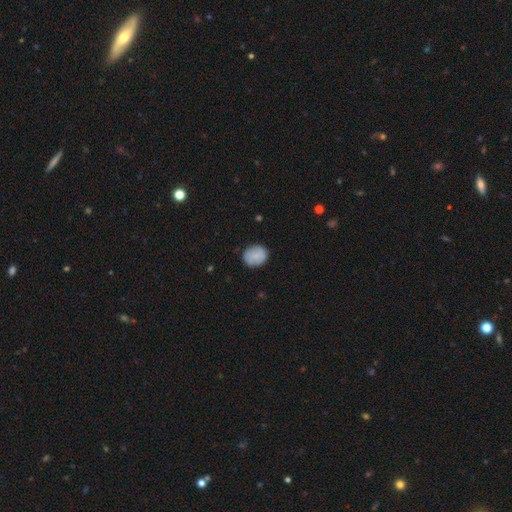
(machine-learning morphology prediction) Smooth or featured? Predicted: smooth (p=0.74). How rounded? Predicted: round (p=0.68). Merging? Predicted: none (p=0.83).